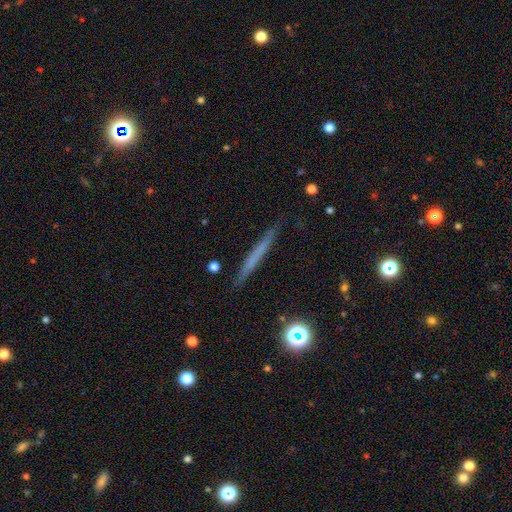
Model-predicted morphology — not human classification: Smooth or featured: smooth — 50% (featured or disk — 40%)
How rounded: cigar-shaped — 95% (in between — 2%)
Merging: none — 88% (minor disturbance — 9%)